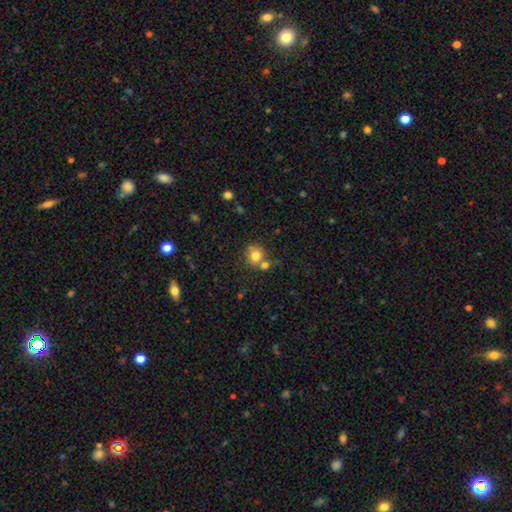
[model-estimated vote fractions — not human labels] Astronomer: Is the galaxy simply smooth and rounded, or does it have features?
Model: smooth — 79%.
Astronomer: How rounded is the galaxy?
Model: round — 80%.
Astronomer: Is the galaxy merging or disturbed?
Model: none — 57%.